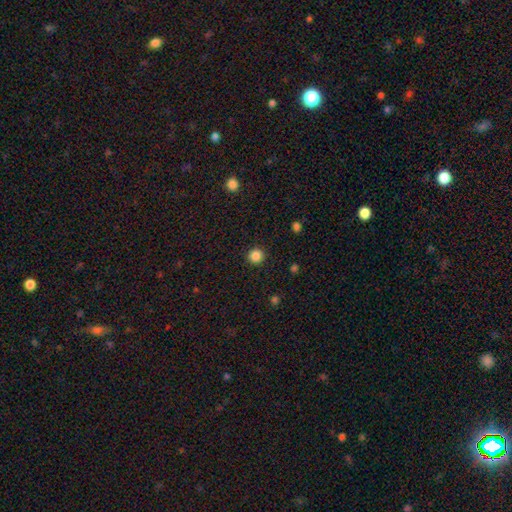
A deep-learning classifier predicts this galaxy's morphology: Smooth or featured? smooth (85%)
How rounded? round (95%)
Merging? none (92%)